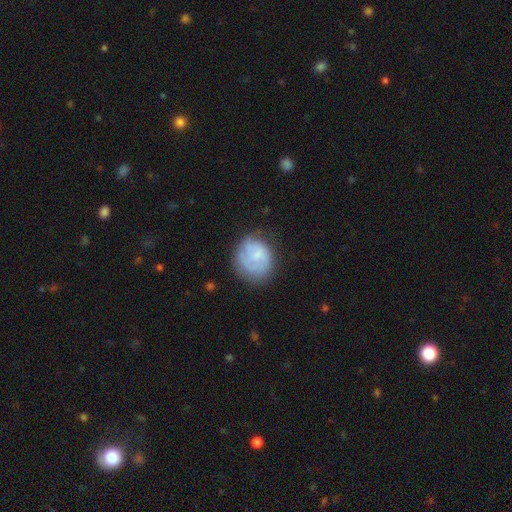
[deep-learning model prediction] Smooth or featured? featured or disk (48%)
Merging? none (60%)